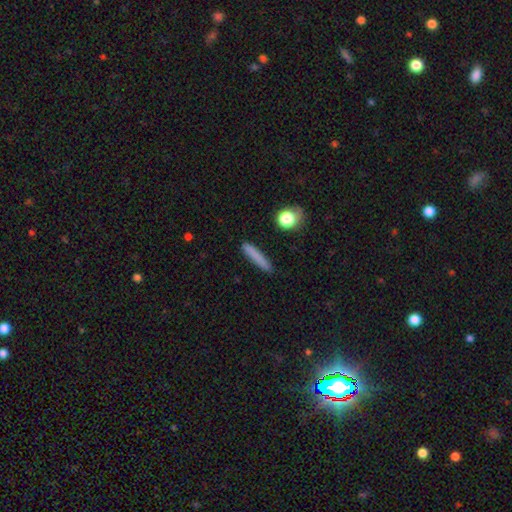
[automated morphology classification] Overall: smooth (79%). How rounded: cigar-shaped (92%). Merging: none (87%).